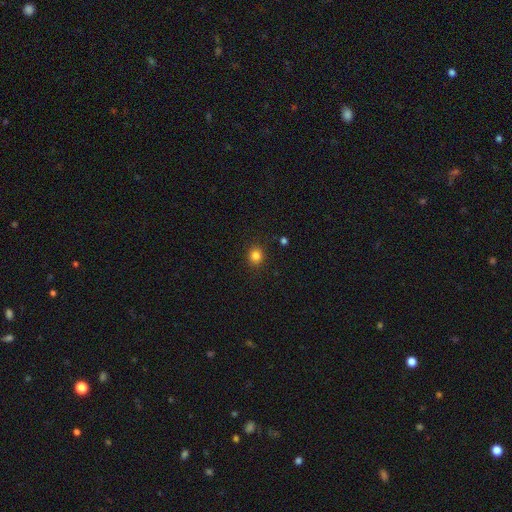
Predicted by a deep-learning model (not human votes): Overall: smooth (83%). How rounded: round (85%). Merging: none (89%).